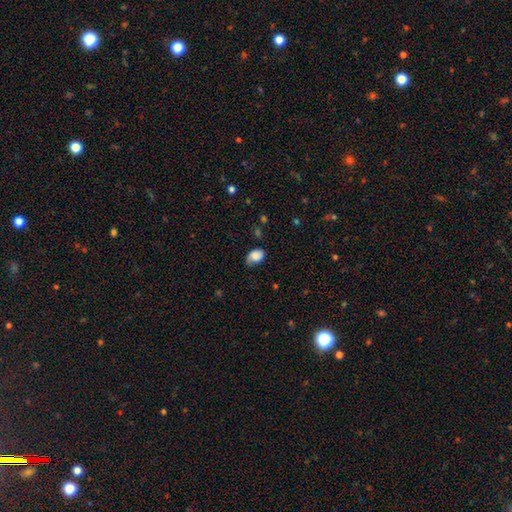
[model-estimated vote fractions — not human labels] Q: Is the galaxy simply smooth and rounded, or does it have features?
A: smooth — 79%.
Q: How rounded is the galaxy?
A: in between — 83%.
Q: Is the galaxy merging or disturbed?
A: none — 55%.